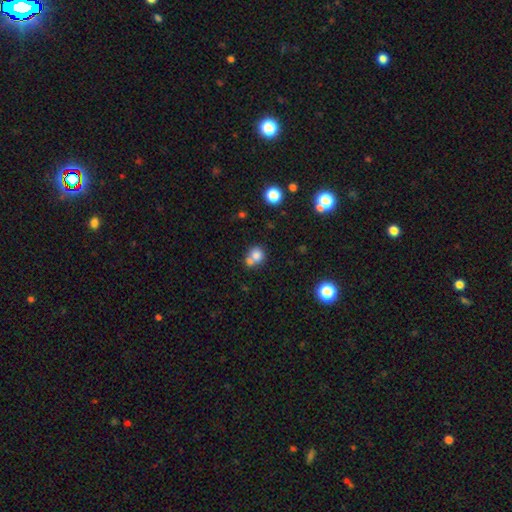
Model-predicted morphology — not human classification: Smooth or featured: smooth — 78% (star or artifact — 12%)
How rounded: round — 83% (in between — 16%)
Merging: none — 44% (tied with merger — 44%)